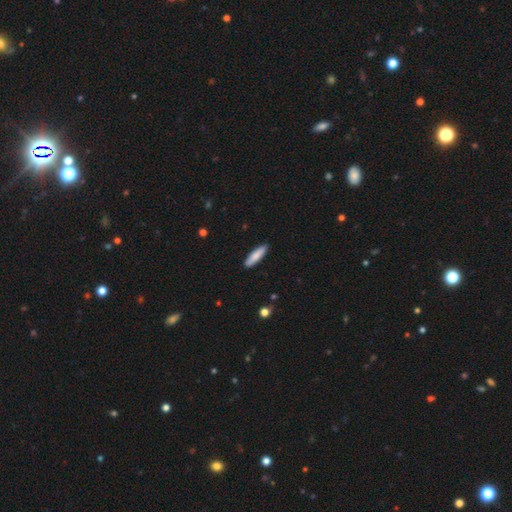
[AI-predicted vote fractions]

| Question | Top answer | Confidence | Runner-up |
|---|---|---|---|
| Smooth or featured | smooth | 83% | featured or disk (12%) |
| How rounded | cigar-shaped | 73% | in between (26%) |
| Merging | none | 90% | minor disturbance (7%) |